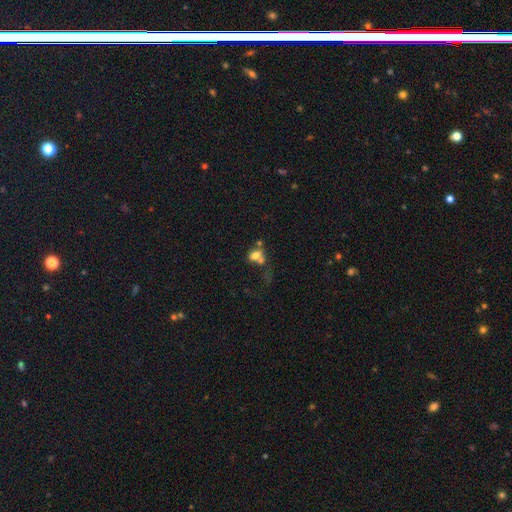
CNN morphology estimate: Overall: smooth (67%). How rounded: in between (54%; round 44%). Merging: merger (53%; none 24%).